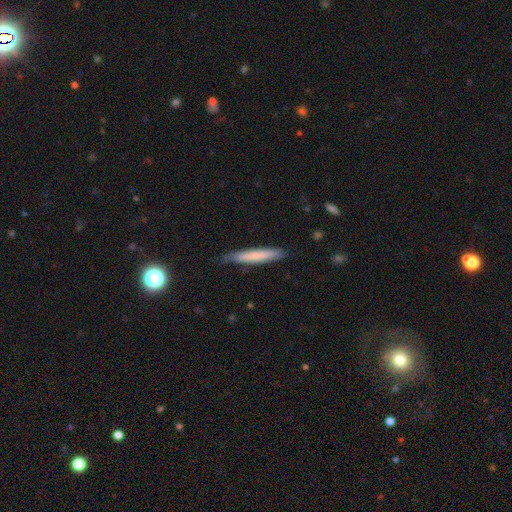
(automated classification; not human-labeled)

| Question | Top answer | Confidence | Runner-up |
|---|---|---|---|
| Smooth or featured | smooth | 71% | featured or disk (23%) |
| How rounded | cigar-shaped | 94% | in between (5%) |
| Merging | none | 78% | minor disturbance (18%) |